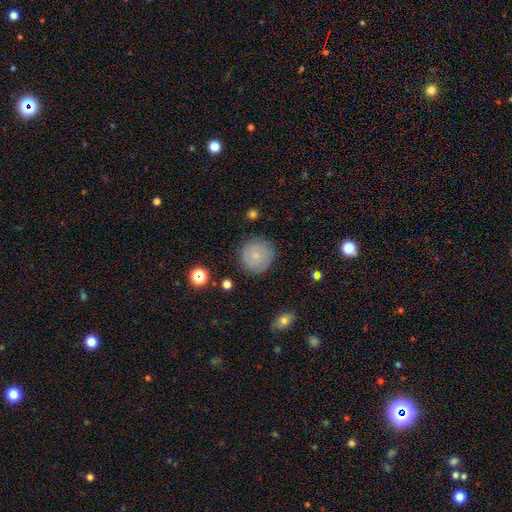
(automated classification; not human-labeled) Q: Smooth or featured?
A: smooth (65%); runner-up: featured or disk (26%)
Q: How rounded?
A: round (93%); runner-up: in between (6%)
Q: Merging?
A: none (84%); runner-up: minor disturbance (11%)